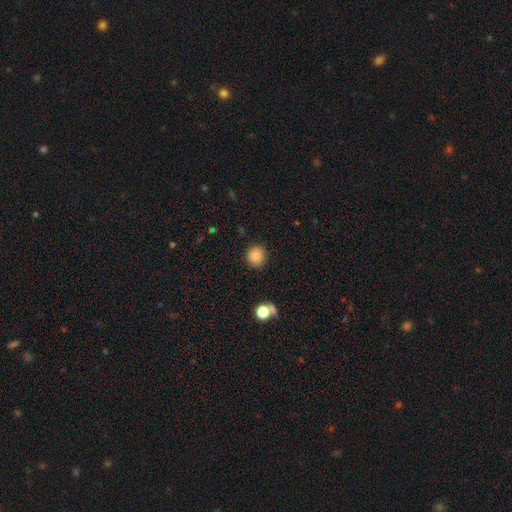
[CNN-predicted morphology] A smooth galaxy with no disk features (83%) that is round (90%). Merging: none (88%).